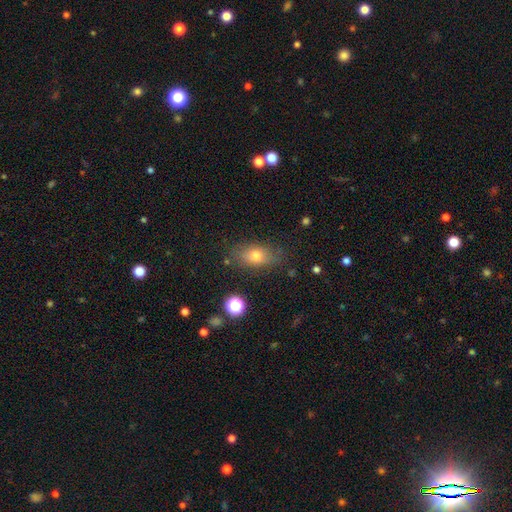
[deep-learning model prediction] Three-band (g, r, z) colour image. It shows a smooth galaxy with no disk features (71%) that is in between round and cigar-shaped (78%). Merging: none (78%).